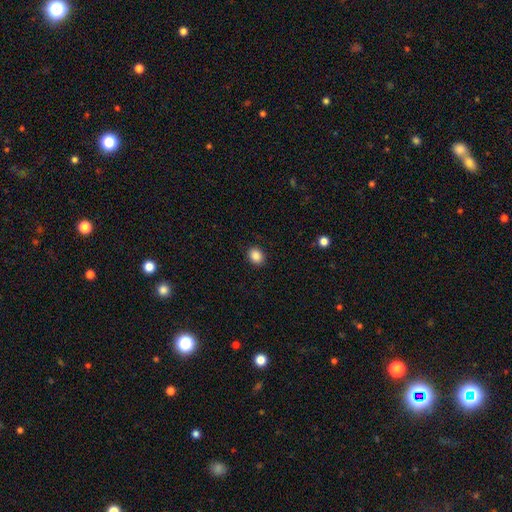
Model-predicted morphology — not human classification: type=smooth (88%); roundness=round (55%); merging=none (90%).